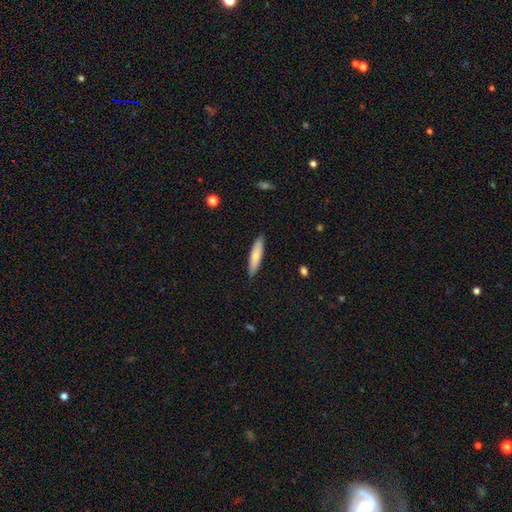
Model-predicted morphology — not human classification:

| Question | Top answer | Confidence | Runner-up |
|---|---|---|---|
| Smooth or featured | smooth | 74% | featured or disk (20%) |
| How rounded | cigar-shaped | 79% | in between (19%) |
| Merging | none | 89% | minor disturbance (9%) |